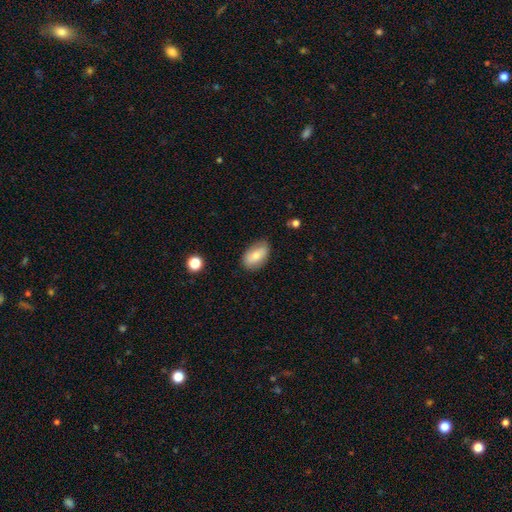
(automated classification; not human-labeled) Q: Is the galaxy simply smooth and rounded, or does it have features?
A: smooth — 72%.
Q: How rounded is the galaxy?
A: in between — 92%.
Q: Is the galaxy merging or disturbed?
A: none — 79%.